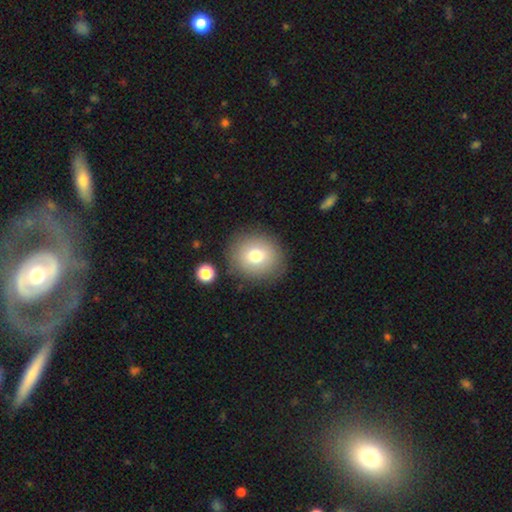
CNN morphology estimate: Q: Smooth or featured?
A: smooth (76%); runner-up: featured or disk (14%)
Q: How rounded?
A: round (83%); runner-up: in between (16%)
Q: Merging?
A: none (83%); runner-up: minor disturbance (10%)